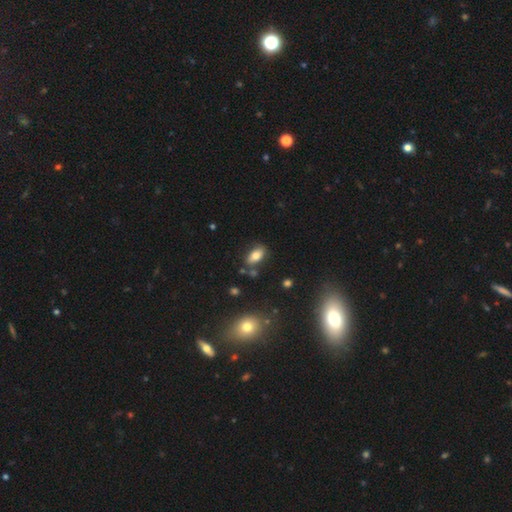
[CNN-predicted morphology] Smooth or featured?
  - smooth: 76% *
  - featured or disk: 15%
  - star or artifact: 9%
How rounded?
  - in between: 89% *
  - round: 5%
  - cigar-shaped: 5%
Merging?
  - none: 74% *
  - minor disturbance: 15%
  - merger: 8%
  - major disturbance: 4%